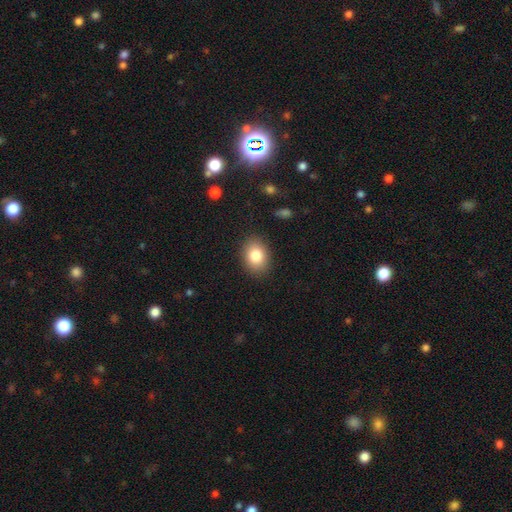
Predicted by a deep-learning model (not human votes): Smooth or featured? smooth (83%)
How rounded? in between (65%)
Merging? none (87%)